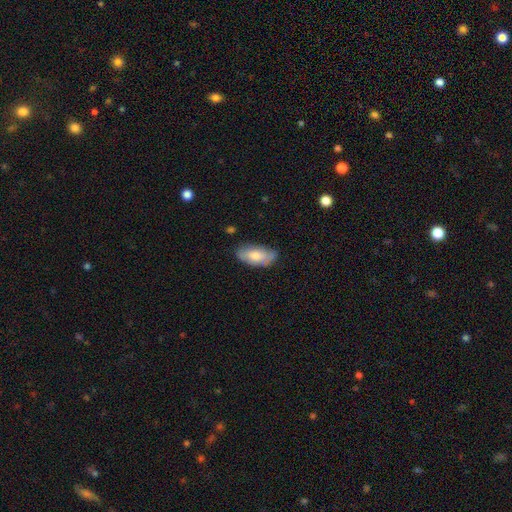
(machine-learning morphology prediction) A smooth galaxy with no disk features (72%) that is in between round and cigar-shaped (92%). Merging: none (72%).